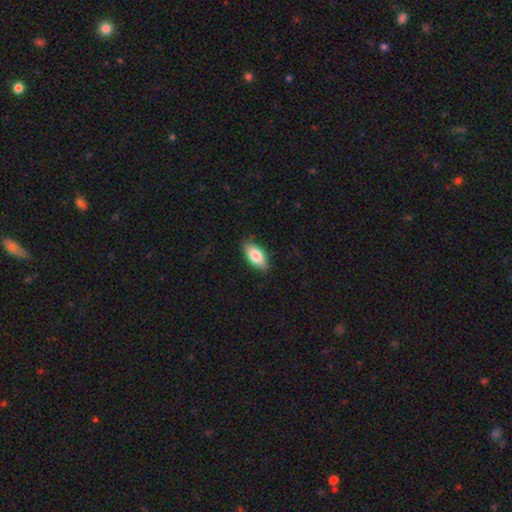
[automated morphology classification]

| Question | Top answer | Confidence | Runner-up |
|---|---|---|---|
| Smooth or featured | smooth | 82% | featured or disk (12%) |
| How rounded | in between | 88% | cigar-shaped (9%) |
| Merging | none | 85% | minor disturbance (12%) |